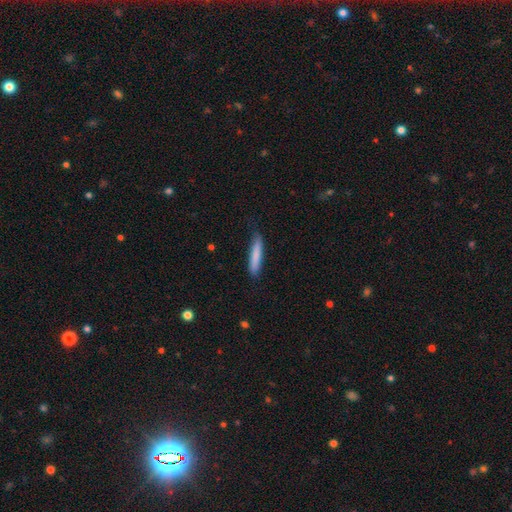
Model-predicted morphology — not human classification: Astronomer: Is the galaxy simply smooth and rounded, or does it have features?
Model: smooth — 81%.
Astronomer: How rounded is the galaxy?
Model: cigar-shaped — 91%.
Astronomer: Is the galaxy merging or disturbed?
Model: none — 79%.